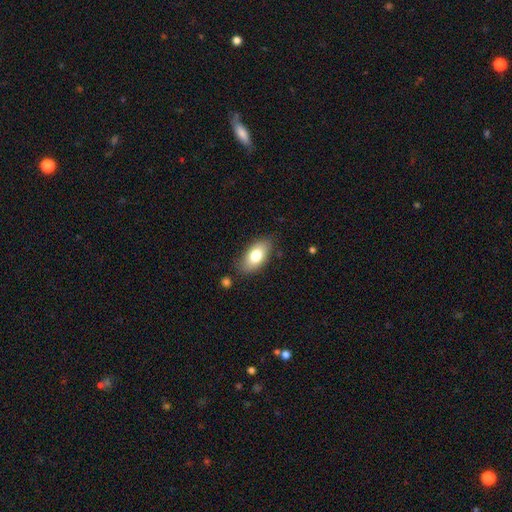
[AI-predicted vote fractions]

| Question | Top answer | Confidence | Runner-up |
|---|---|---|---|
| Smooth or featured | smooth | 75% | featured or disk (17%) |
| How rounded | in between | 90% | cigar-shaped (5%) |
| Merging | none | 81% | minor disturbance (14%) |